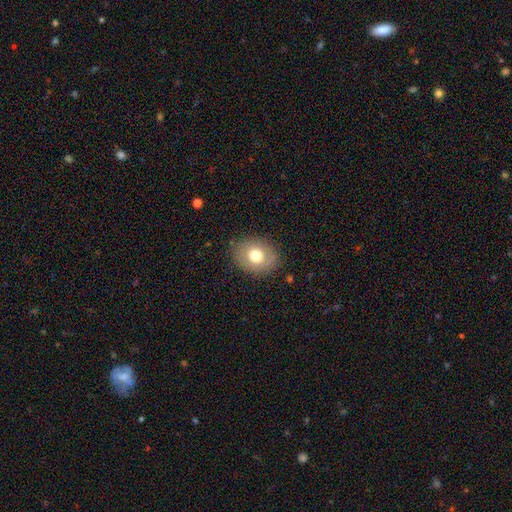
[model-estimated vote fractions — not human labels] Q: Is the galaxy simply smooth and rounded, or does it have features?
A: smooth — 72%.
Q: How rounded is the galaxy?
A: in between — 53%.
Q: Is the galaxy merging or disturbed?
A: none — 84%.